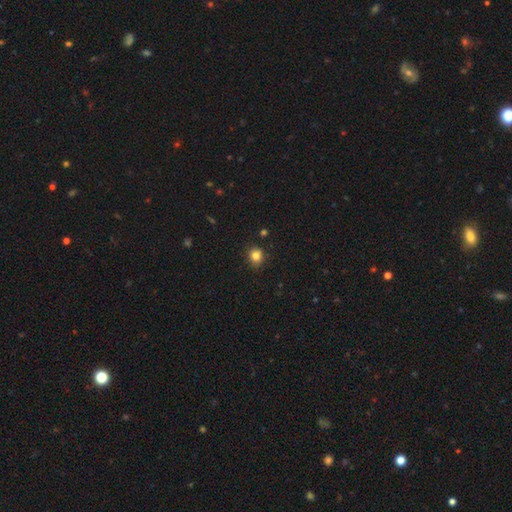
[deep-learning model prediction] The model was most divided on "how rounded": round: 78%, in between: 21%, cigar-shaped: 1%. More confident: merging — none (84%); smooth or featured — smooth (83%).